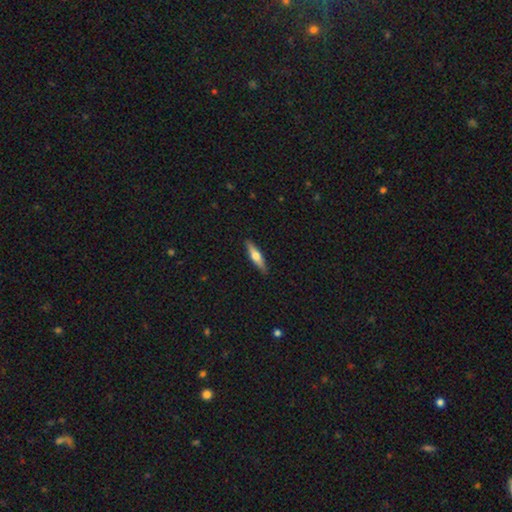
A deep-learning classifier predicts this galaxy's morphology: A smooth galaxy with no disk features (47%, tied with featured or disk). Merging: none (90%).